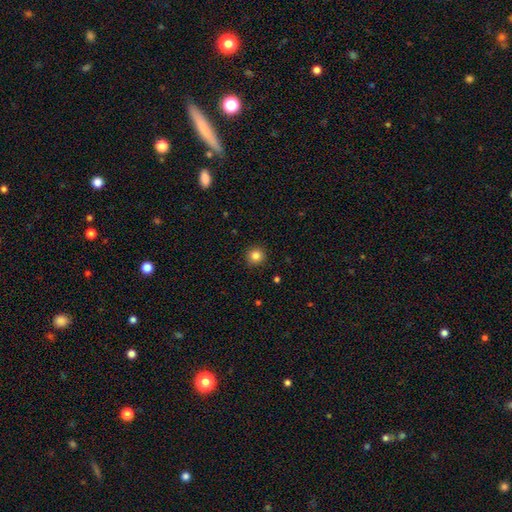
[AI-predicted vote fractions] smooth-or-featured: smooth: 84% | star or artifact: 11% | featured or disk: 5%
  how-rounded: round: 95% | in between: 5% | cigar-shaped: 1%
  merging: none: 92% | minor disturbance: 6% | major disturbance: 2% | merger: 1%